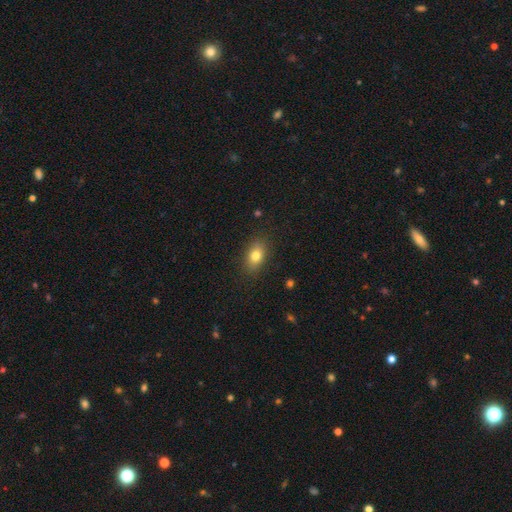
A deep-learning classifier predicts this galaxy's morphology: Smooth or featured?
  - smooth: 79% *
  - featured or disk: 12%
  - star or artifact: 9%
How rounded?
  - in between: 81% *
  - round: 16%
  - cigar-shaped: 3%
Merging?
  - none: 85% *
  - minor disturbance: 11%
  - major disturbance: 3%
  - merger: 1%